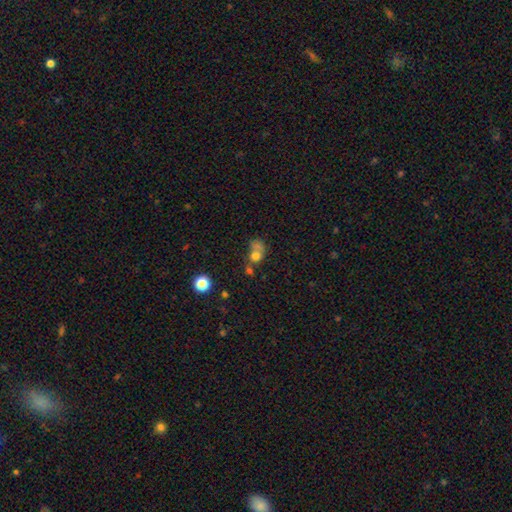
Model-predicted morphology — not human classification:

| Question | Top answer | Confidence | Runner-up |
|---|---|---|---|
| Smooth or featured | smooth | 68% | featured or disk (17%) |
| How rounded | round | 65% | in between (34%) |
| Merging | merger | 50% | none (26%) |